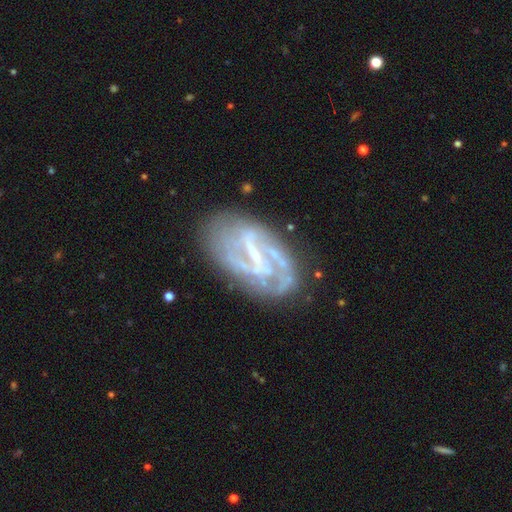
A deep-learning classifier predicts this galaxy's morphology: Q: Smooth or featured?
A: featured or disk (82%); runner-up: smooth (10%)
Q: Edge-on disk?
A: no (96%); runner-up: yes (4%)
Q: Bar?
A: strong (51%); runner-up: weak (36%)
Q: Spiral arms?
A: yes (81%); runner-up: no (19%)
Q: Spiral winding?
A: tight (39%); tied with: medium (39%)
Q: Spiral arm count?
A: 2 (41%); runner-up: can't tell (34%)
Q: Bulge size?
A: small (47%); runner-up: none (32%)
Q: Merging?
A: none (66%); runner-up: minor disturbance (19%)